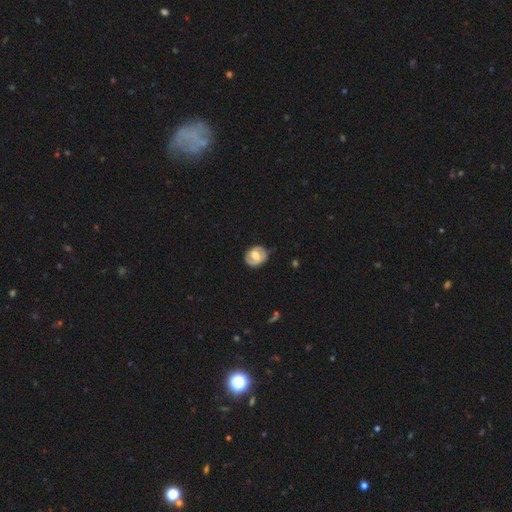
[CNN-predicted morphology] A featured or disk galaxy (54%) with a weak bar (46%), spiral arms (65%) and a moderate central bulge (48%). Merging: none (74%).